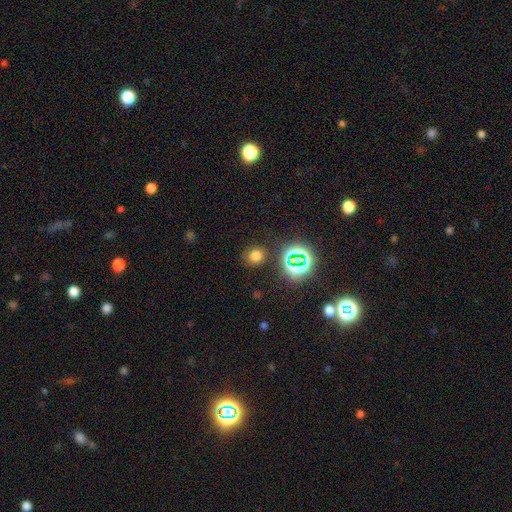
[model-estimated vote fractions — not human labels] A smooth galaxy with no disk features (69%) that is round (79%).

Vote fractions:
- Smooth or featured? smooth: 69% / star or artifact: 25% / featured or disk: 6%
- How rounded? round: 79% / in between: 20% / cigar-shaped: 1%
- Merging? none: 83% / minor disturbance: 10% / major disturbance: 4% / merger: 3%